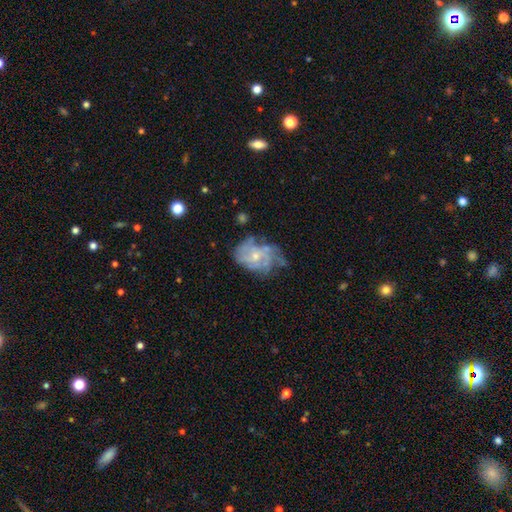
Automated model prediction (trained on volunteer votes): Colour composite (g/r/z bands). It shows a featured or disk galaxy (74%) with no bar (76%), tight (46%) spiral arms (77%) and a small central bulge (58%). Merging: none (48%).